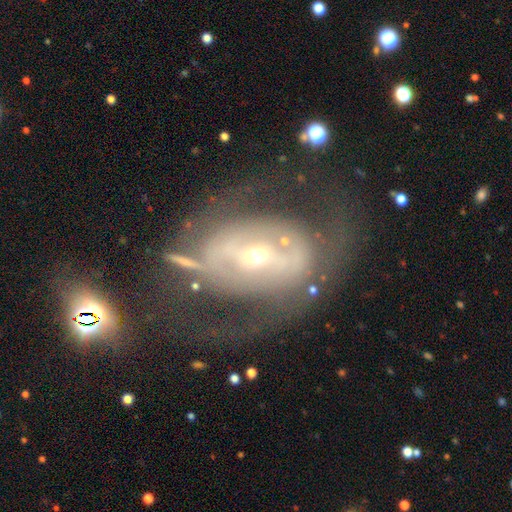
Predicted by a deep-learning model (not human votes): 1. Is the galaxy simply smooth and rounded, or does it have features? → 78% featured or disk, 14% smooth, 8% star or artifact.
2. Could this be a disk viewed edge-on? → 94% no, 6% yes.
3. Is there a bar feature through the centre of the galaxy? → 40% strong, 31% weak, 29% no.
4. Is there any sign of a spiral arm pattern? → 61% yes, 39% no.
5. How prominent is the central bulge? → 64% small, 31% moderate, 2% large, 1% dominant, 1% none.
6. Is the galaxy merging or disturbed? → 48% none, 28% major disturbance, 18% minor disturbance, 6% merger.